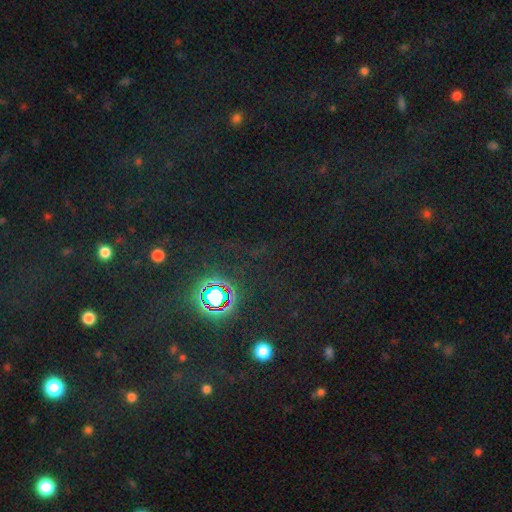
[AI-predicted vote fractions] A star or artifact, not a galaxy (75%).